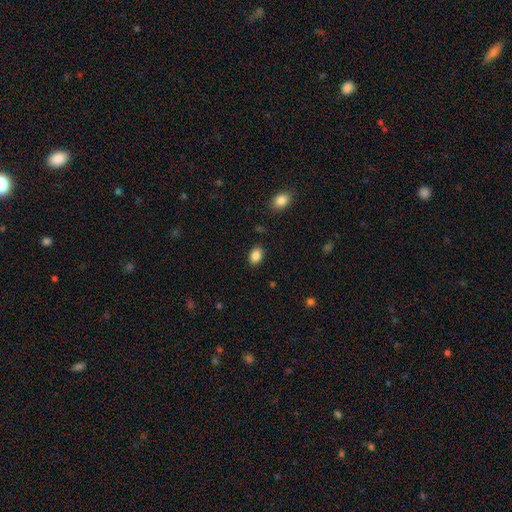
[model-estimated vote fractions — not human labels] A smooth galaxy with no disk features (86%) that is in between round and cigar-shaped (81%).

Vote fractions:
- Smooth or featured? smooth: 86% / star or artifact: 9% / featured or disk: 5%
- How rounded? in between: 81% / round: 18% / cigar-shaped: 1%
- Merging? none: 87% / minor disturbance: 9% / major disturbance: 2% / merger: 1%